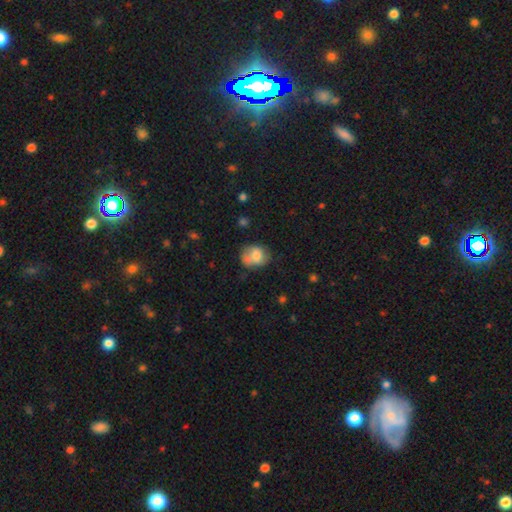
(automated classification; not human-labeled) Overall: smooth (70%). How rounded: round (51%; in between 48%). Merging: none (44%; minor disturbance 30%).